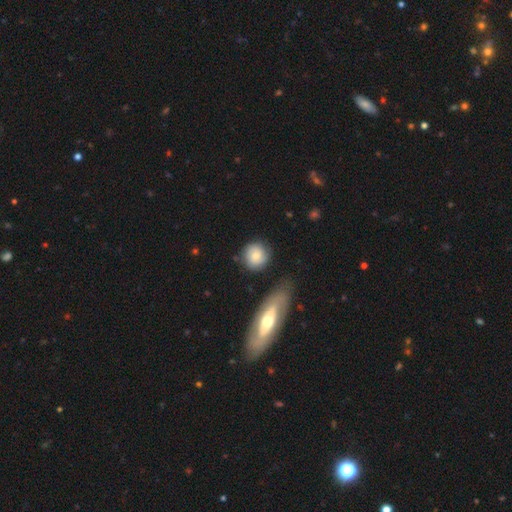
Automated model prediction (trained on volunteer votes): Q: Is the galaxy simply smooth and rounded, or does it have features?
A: smooth — 71%.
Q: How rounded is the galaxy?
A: round — 86%.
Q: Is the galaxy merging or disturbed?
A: none — 73%.